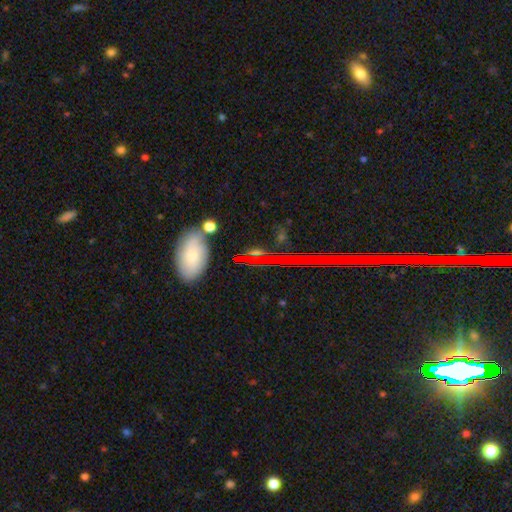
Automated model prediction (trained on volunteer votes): Q: Smooth or featured?
A: star or artifact (42%); runner-up: smooth (38%)